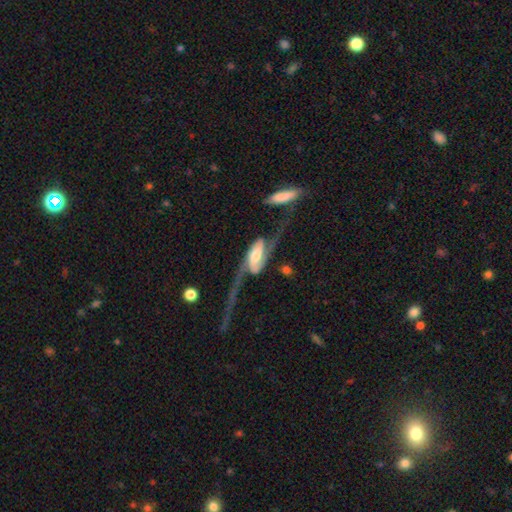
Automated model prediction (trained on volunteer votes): Overall: featured or disk (83%). Edge-on disk: no (90%). Bar: strong (40%; weak 37%). Spiral arms: yes (93%). Spiral arm count: 2 (91%). Spiral winding: loose (79%). Bulge size: moderate (46%; large 25%). Merging: major disturbance (41%; none 34%).